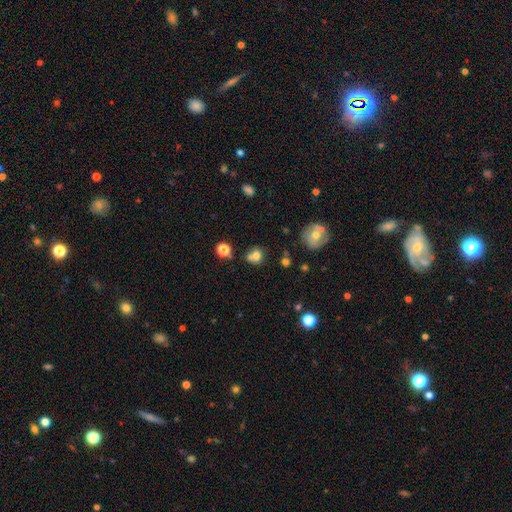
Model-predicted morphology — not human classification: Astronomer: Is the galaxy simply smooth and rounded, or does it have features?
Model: smooth — 74%.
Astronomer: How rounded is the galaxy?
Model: round — 79%.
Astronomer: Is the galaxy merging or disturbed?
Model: none — 50% (runner-up: merger, 33%).